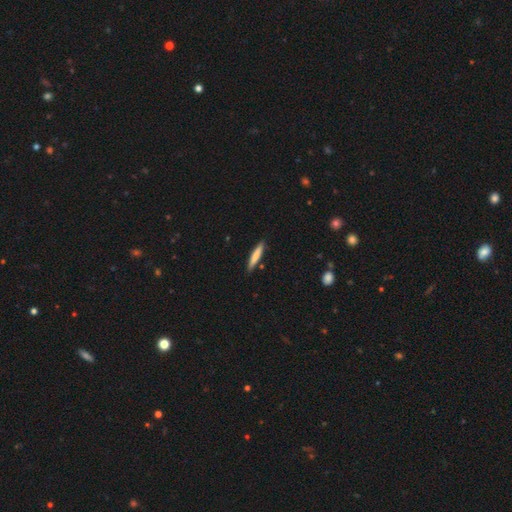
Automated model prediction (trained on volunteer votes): Morphology: type=smooth (74%); roundness=cigar-shaped (91%); merging=none (87%).